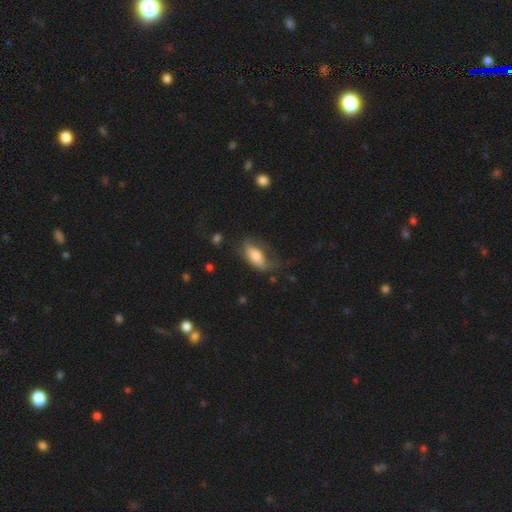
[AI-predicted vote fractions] smooth_or_featured: smooth (p=0.61) [alt: featured or disk p=0.33]
how_rounded: in between (p=0.78) [alt: cigar-shaped p=0.19]
merging: none (p=0.41) [alt: minor disturbance p=0.29]